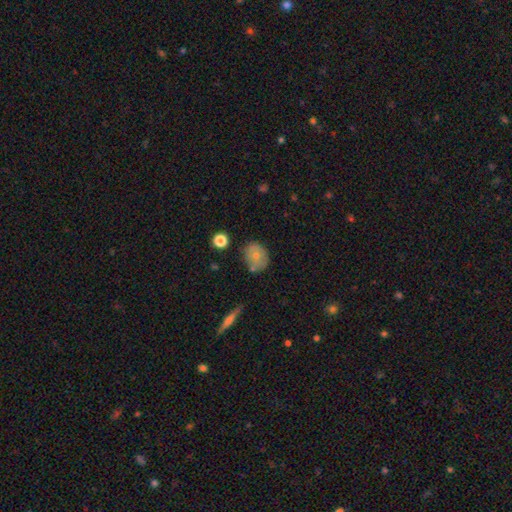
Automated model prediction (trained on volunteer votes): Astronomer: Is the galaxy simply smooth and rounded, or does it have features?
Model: smooth — 70%.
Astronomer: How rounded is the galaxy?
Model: round — 57% (runner-up: in between, 42%).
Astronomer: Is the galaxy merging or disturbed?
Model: none — 69%.